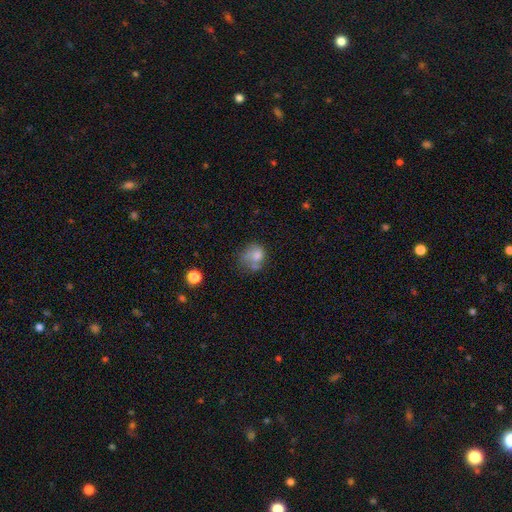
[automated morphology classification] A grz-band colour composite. It shows a smooth galaxy with no disk features (68%) that is round (59%). Merging: none (31%).